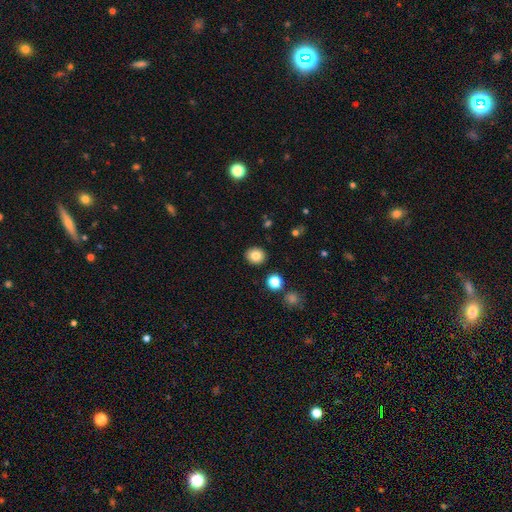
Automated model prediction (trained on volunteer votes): A smooth galaxy with no disk features (82%) that is round (76%).

Vote fractions:
- Smooth or featured? smooth: 82% / star or artifact: 10% / featured or disk: 7%
- How rounded? round: 76% / in between: 23% / cigar-shaped: 1%
- Merging? none: 90% / minor disturbance: 6% / merger: 2% / major disturbance: 2%